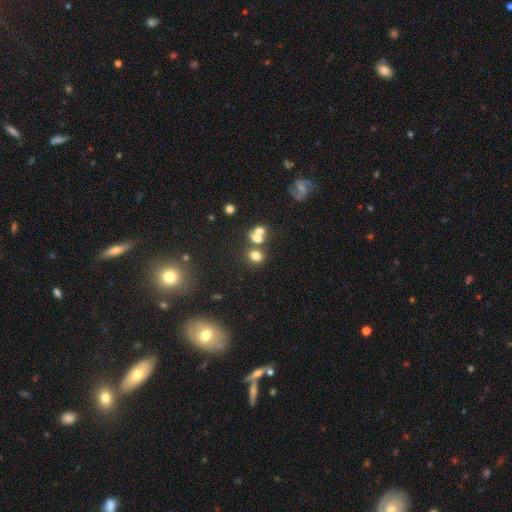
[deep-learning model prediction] Smooth or featured? Predicted: smooth (p=0.72). How rounded? Predicted: round (p=0.57). Merging? Predicted: none (p=0.54).